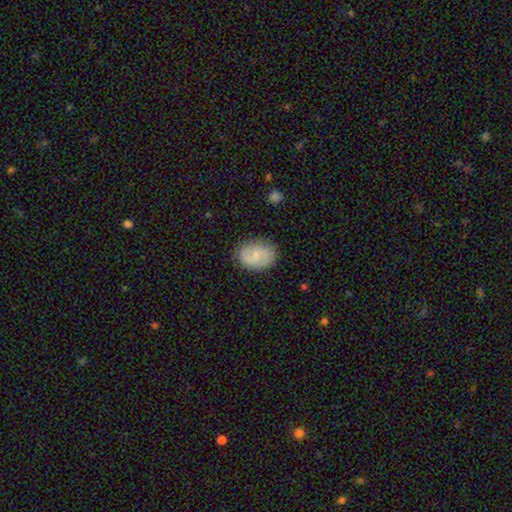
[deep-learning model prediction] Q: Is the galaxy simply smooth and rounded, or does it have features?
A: smooth — 56%.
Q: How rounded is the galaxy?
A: in between — 69%.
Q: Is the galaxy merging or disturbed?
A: none — 80%.